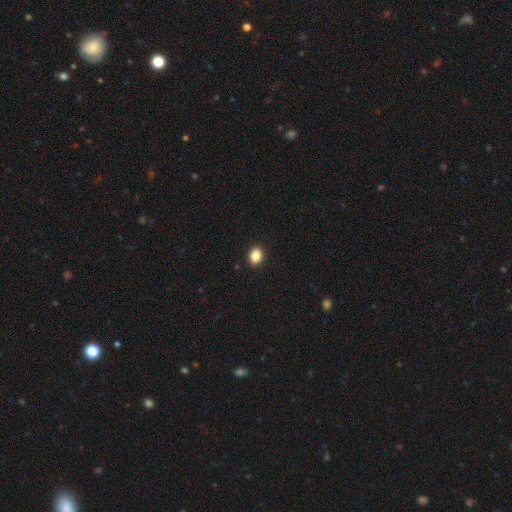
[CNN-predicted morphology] The model was most divided on "how rounded": in between: 69%, round: 30%, cigar-shaped: 1%. More confident: merging — none (91%); smooth or featured — smooth (87%).